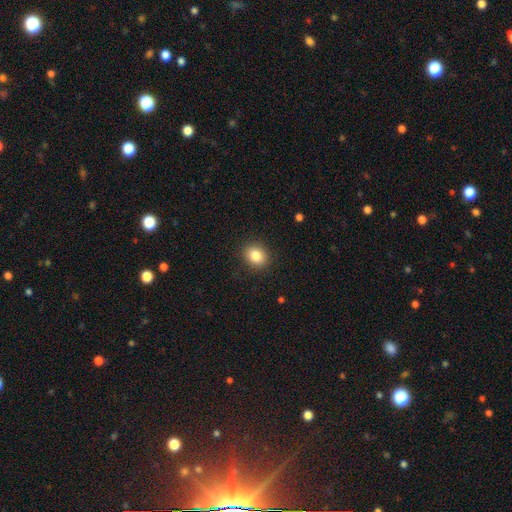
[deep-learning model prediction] The model was most divided on "how rounded": round: 61%, in between: 38%, cigar-shaped: 1%. More confident: merging — none (89%); smooth or featured — smooth (83%).